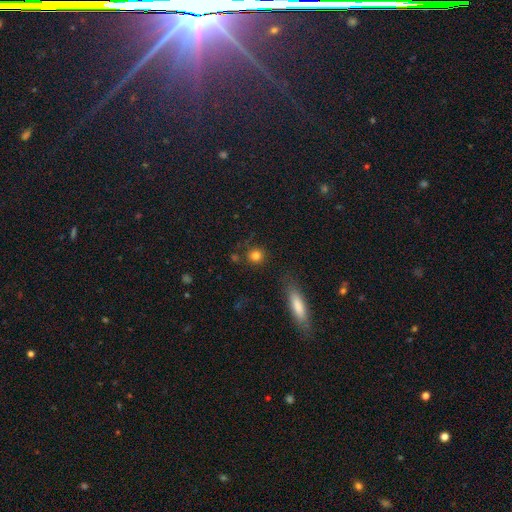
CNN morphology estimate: smooth 81%, star or artifact 11%, featured or disk 7%. Down the decision tree: how rounded — round (88%); merging — none (81%).